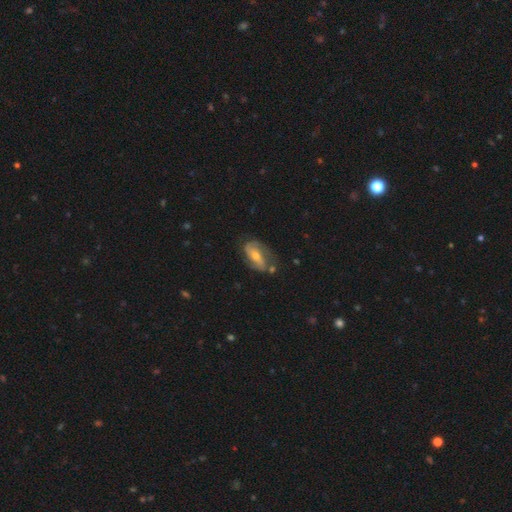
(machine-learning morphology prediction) This appears to be a featured or disk galaxy (73%) with a weak bar (35%, tied with no), 2 (79%) medium (41%) spiral arms (87%) and a moderate central bulge (57%). Merging: none (60%).